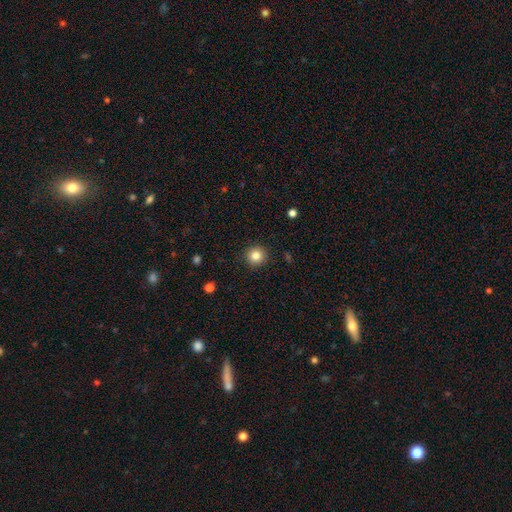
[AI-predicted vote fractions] A smooth galaxy with no disk features (83%) that is round (95%).

Vote fractions:
- Smooth or featured? smooth: 83% / star or artifact: 11% / featured or disk: 6%
- How rounded? round: 95% / in between: 4% / cigar-shaped: 1%
- Merging? none: 92% / minor disturbance: 5% / major disturbance: 2% / merger: 1%